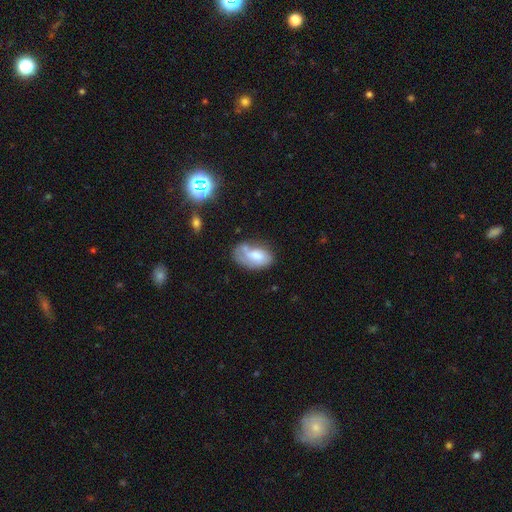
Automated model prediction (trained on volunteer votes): This appears to be a smooth galaxy with no disk features (63%) that is in between round and cigar-shaped (91%). Merging: none (43%).